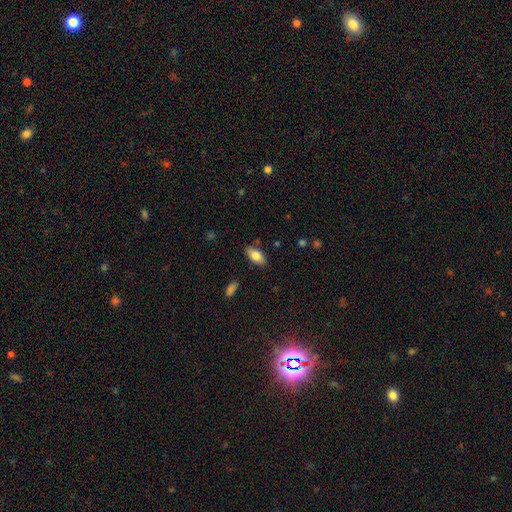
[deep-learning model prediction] smooth-or-featured: smooth: 78% | featured or disk: 15% | star or artifact: 7%
  how-rounded: in between: 90% | cigar-shaped: 8% | round: 3%
  merging: none: 84% | minor disturbance: 11% | major disturbance: 2% | merger: 2%